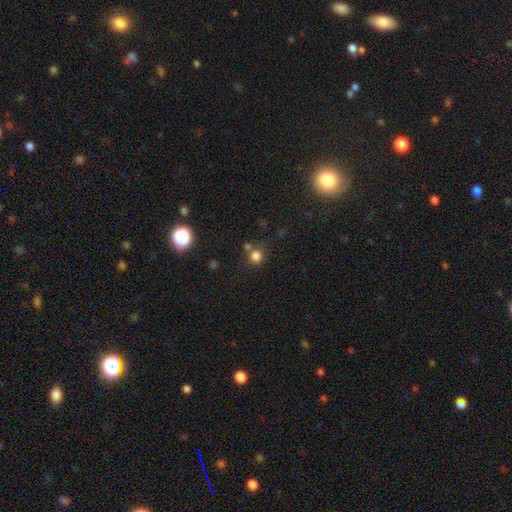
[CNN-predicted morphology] smooth_or_featured: smooth (p=0.78) [alt: star or artifact p=0.16]
how_rounded: round (p=0.87) [alt: in between p=0.12]
merging: none (p=0.68) [alt: merger p=0.18]